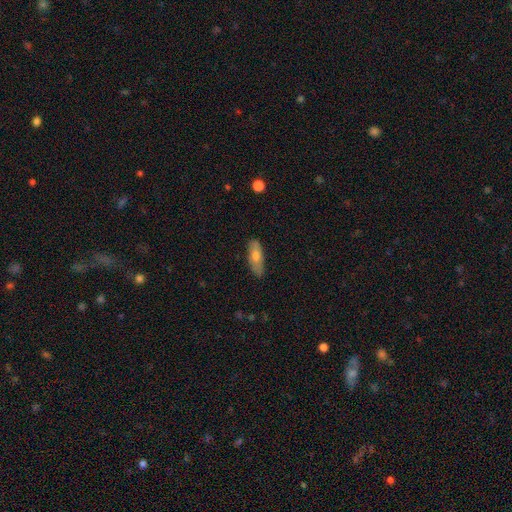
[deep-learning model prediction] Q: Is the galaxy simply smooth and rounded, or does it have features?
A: smooth — 65%.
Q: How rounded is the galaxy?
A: in between — 63%.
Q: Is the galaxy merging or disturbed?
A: none — 83%.